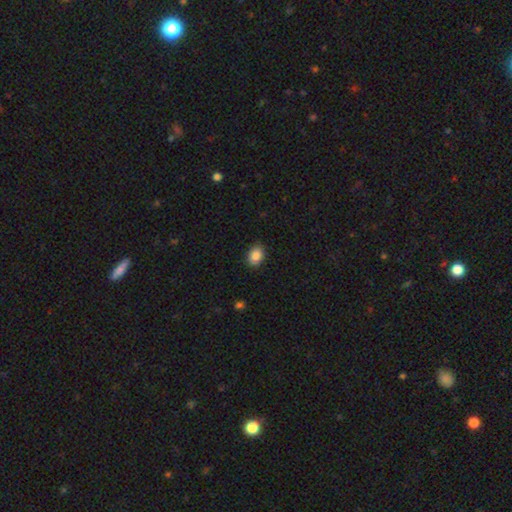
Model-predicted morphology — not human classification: Smooth or featured? Predicted: smooth (p=0.88). How rounded? Predicted: in between (p=0.76). Merging? Predicted: none (p=0.88).